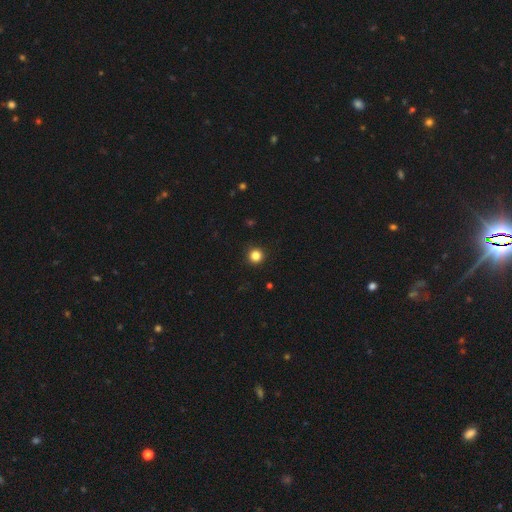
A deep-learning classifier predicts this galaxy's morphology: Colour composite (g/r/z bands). It shows a smooth galaxy with no disk features (84%) that is round (96%). Merging: none (93%).